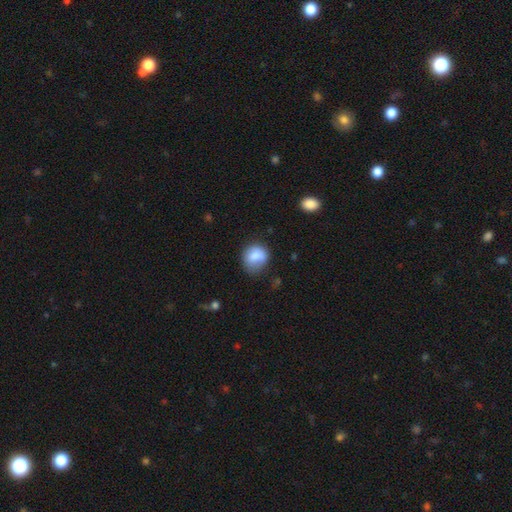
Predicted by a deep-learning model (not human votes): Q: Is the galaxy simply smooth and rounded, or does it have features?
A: smooth — 82%.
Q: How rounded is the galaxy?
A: round — 71%.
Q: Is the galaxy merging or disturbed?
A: none — 59%.